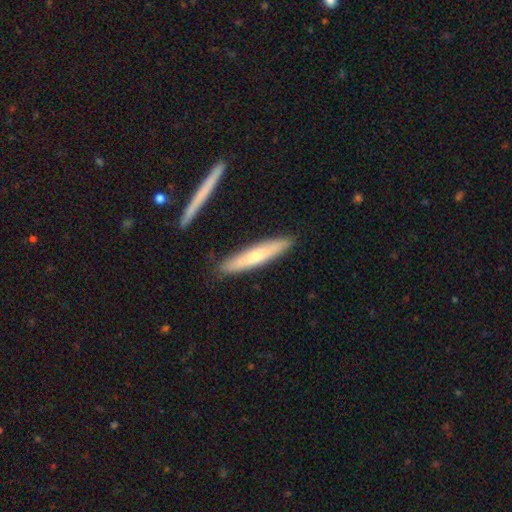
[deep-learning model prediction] A smooth galaxy with no disk features (49%). Merging: none (86%).